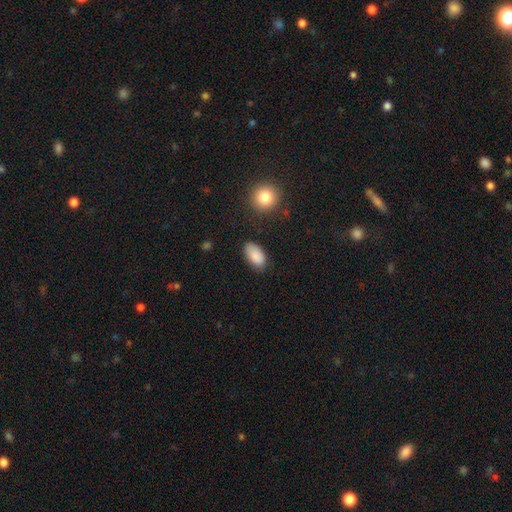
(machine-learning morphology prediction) This is clearly a smooth galaxy (88%). How rounded: clearly in between (94%). Merging: likely none (76%).